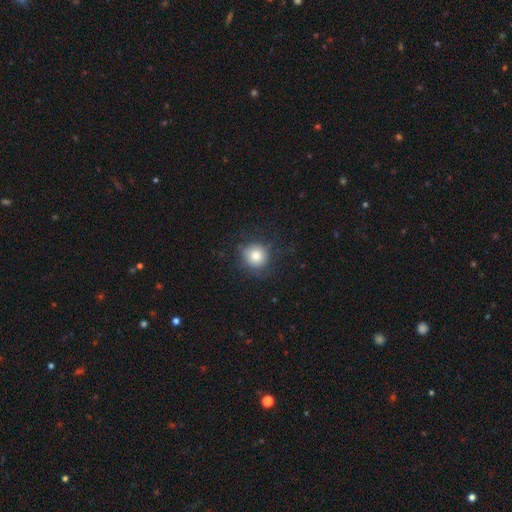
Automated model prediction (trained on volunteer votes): Smooth or featured? smooth (77%)
How rounded? round (89%)
Merging? none (70%)